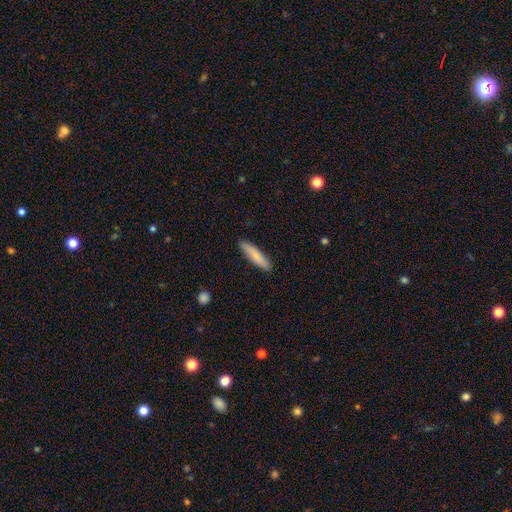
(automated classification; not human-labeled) Morphology: type=smooth (82%); roundness=cigar-shaped (83%); merging=none (89%).